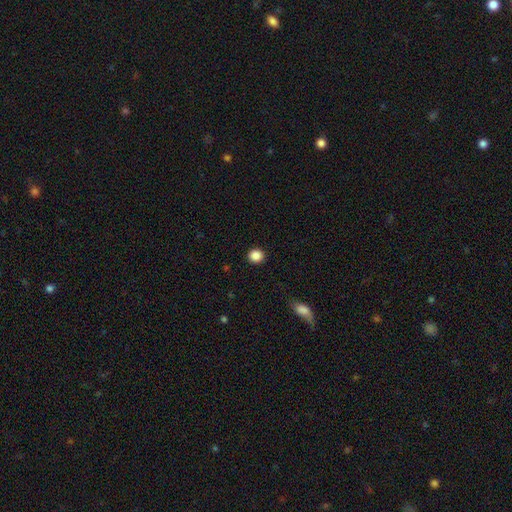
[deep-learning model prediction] This is clearly a smooth galaxy (87%). How rounded: clearly round (88%). Merging: clearly none (92%).